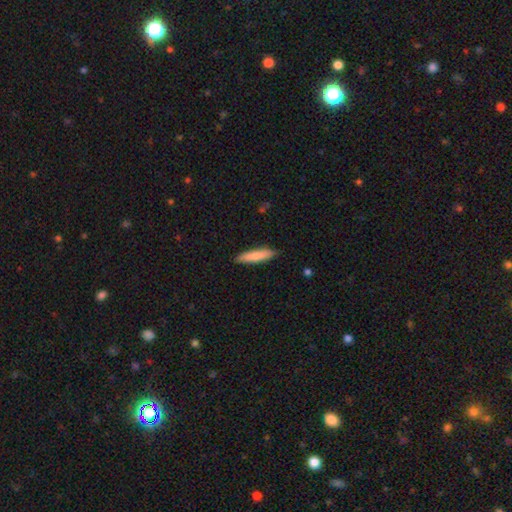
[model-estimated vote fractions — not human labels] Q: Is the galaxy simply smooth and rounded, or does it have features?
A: smooth — 82%.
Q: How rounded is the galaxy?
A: cigar-shaped — 80%.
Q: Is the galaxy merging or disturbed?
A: none — 87%.